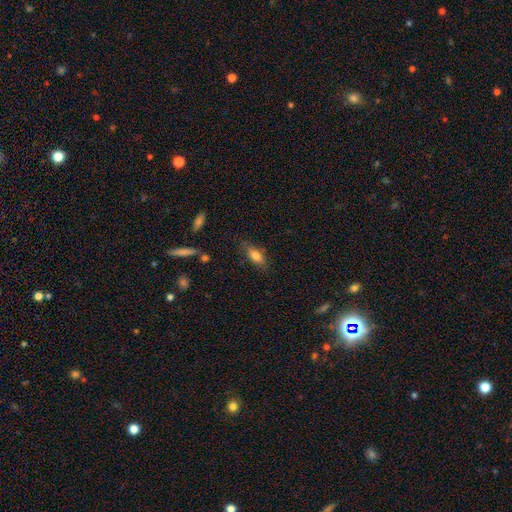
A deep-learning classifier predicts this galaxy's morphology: This appears to be a smooth galaxy with no disk features (75%) that is in between round and cigar-shaped (75%). Merging: none (72%).